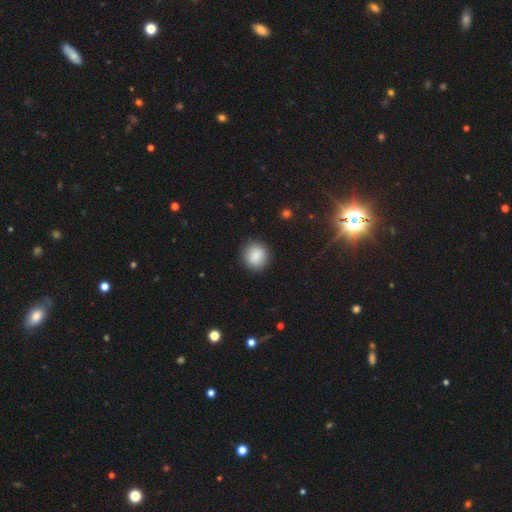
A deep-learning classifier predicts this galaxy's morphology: type=smooth (86%); roundness=round (86%); merging=none (89%).